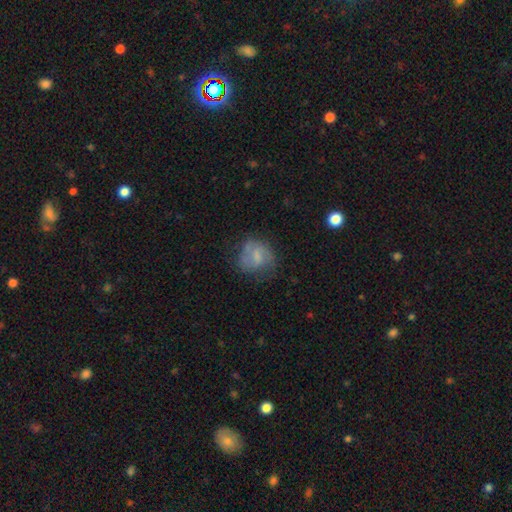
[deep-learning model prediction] Smooth or featured? Predicted: smooth (p=0.53). How rounded? Predicted: round (p=0.67). Merging? Predicted: none (p=0.50).